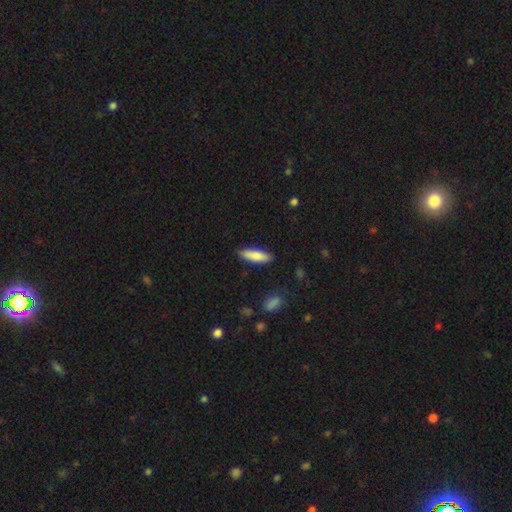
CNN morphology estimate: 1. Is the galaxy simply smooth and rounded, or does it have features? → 84% smooth, 10% featured or disk, 6% star or artifact.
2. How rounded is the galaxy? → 52% cigar-shaped, 46% in between, 2% round.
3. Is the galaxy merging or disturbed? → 86% none, 11% minor disturbance, 2% major disturbance, 1% merger.